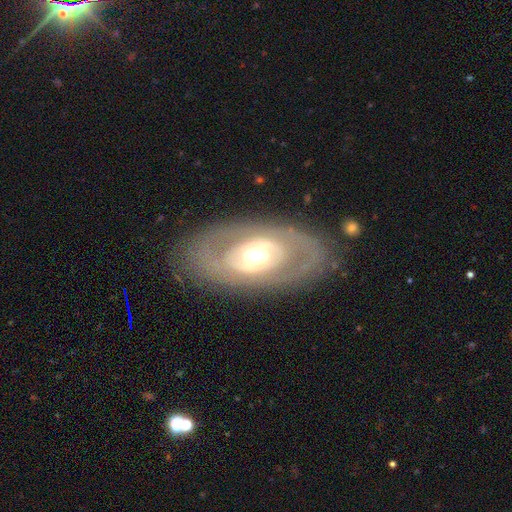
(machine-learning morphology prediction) Smooth or featured? Predicted: featured or disk (p=0.66). Edge-on disk? Predicted: no (p=0.89). Bar? Predicted: no (p=0.72). Spiral arms? Predicted: no (p=0.79). Bulge size? Predicted: moderate (p=0.56). Merging? Predicted: none (p=0.80).